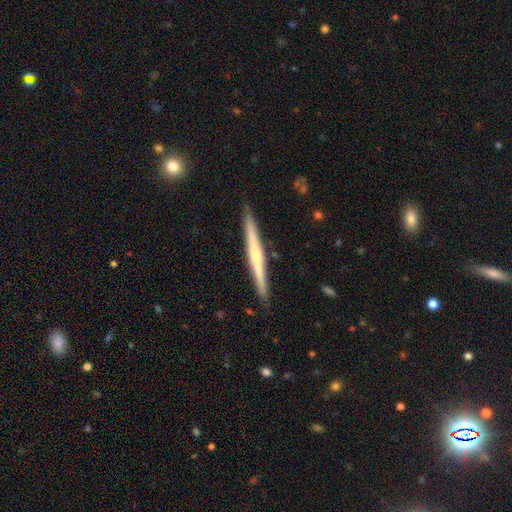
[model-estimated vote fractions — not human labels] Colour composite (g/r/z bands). It shows a featured or disk galaxy (70%) viewed edge-on (98%) with a rounded central bulge (65%). Merging: none (91%).